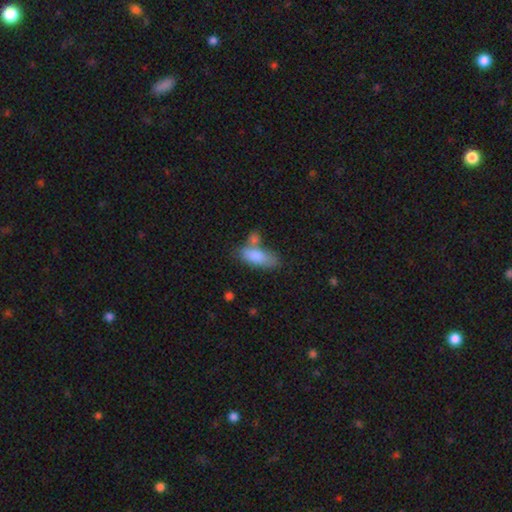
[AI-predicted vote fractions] Smooth or featured: smooth — 82% (featured or disk — 12%)
How rounded: in between — 76% (cigar-shaped — 21%)
Merging: none — 44% (merger — 28%)